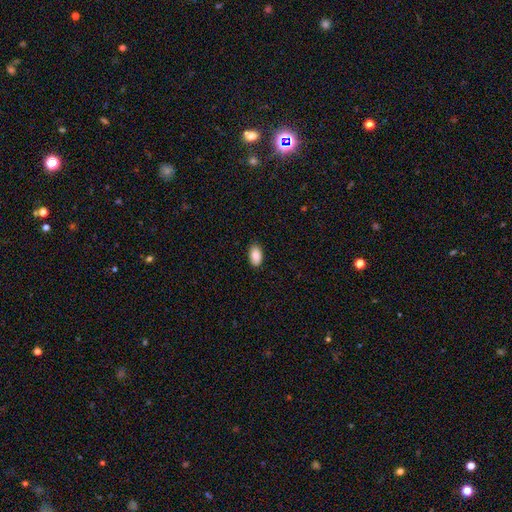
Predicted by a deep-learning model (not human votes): Smooth or featured: smooth — 89% (star or artifact — 7%)
How rounded: in between — 94% (round — 5%)
Merging: none — 87% (minor disturbance — 10%)